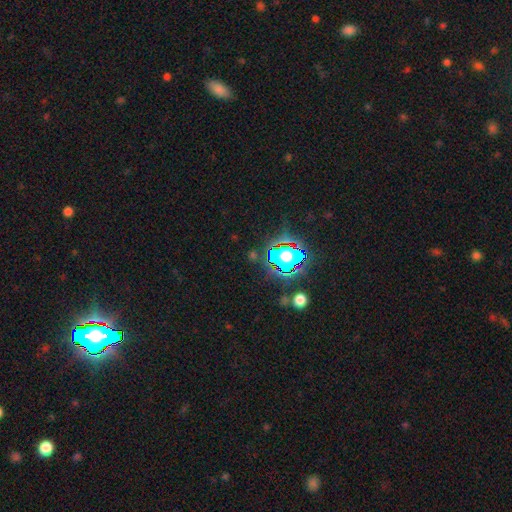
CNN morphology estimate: Q: Smooth or featured?
A: star or artifact (72%); runner-up: smooth (16%)